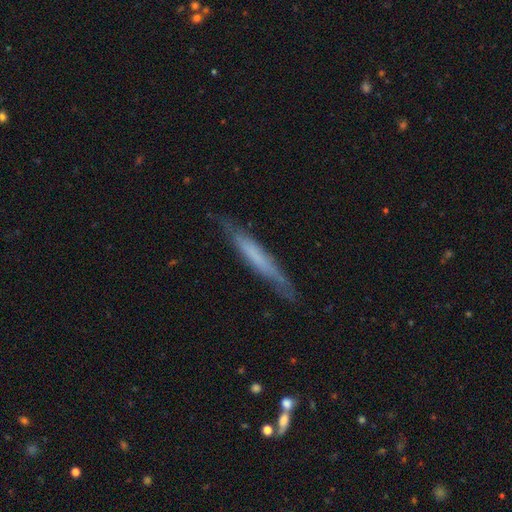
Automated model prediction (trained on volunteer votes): The model was most divided on "smooth or featured": featured or disk: 49%, smooth: 44%, star or artifact: 7%. More confident: merging — none (77%).